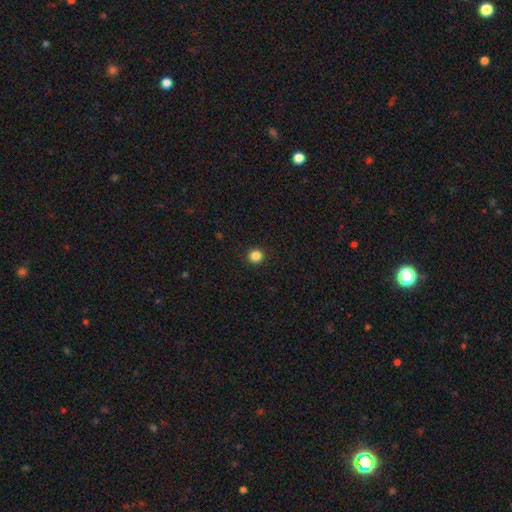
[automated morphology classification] smooth-or-featured: smooth: 85% | star or artifact: 12% | featured or disk: 3%
  how-rounded: round: 95% | in between: 4% | cigar-shaped: 1%
  merging: none: 93% | minor disturbance: 4% | major disturbance: 2% | merger: 1%